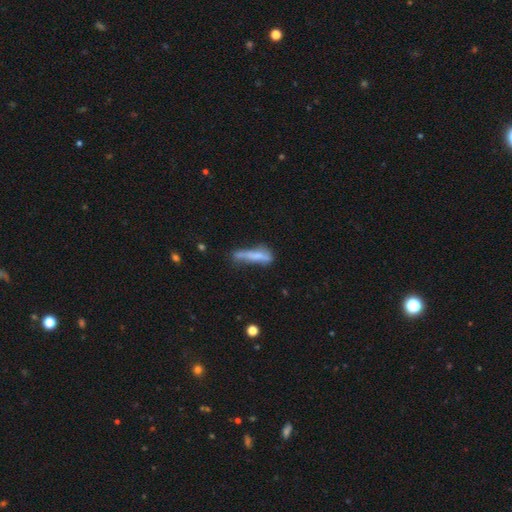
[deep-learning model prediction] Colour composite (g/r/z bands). It shows a smooth galaxy with no disk features (59%) that is cigar-shaped (82%). Merging: none (40%).